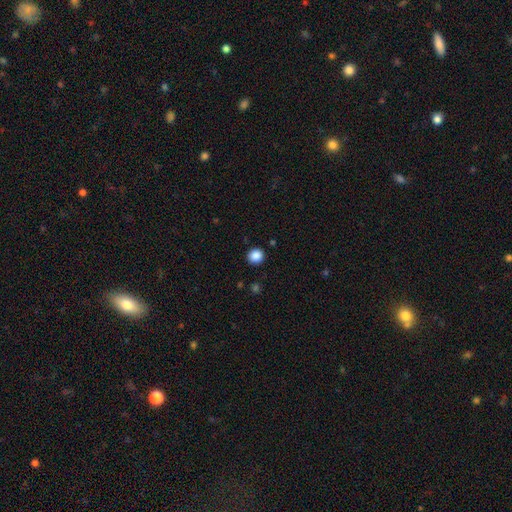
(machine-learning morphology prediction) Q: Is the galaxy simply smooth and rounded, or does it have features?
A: smooth — 87%.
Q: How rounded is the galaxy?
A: round — 90%.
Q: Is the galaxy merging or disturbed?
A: none — 91%.